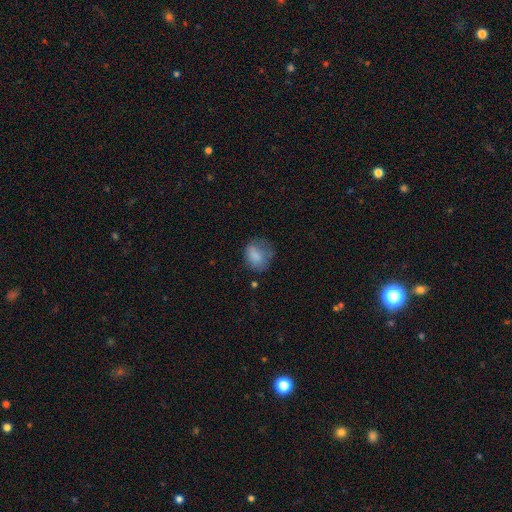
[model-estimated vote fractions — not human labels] Q: Smooth or featured?
A: smooth (78%); runner-up: featured or disk (12%)
Q: How rounded?
A: in between (53%); runner-up: round (46%)
Q: Merging?
A: none (50%); runner-up: minor disturbance (30%)